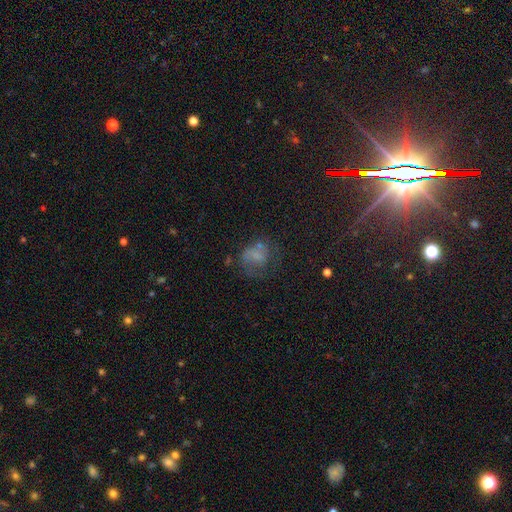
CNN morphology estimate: A smooth galaxy with no disk features (49%).

Vote fractions:
- Smooth or featured? smooth: 49% / featured or disk: 31% / star or artifact: 20%
- Merging? none: 41% / major disturbance: 29% / minor disturbance: 23% / merger: 8%